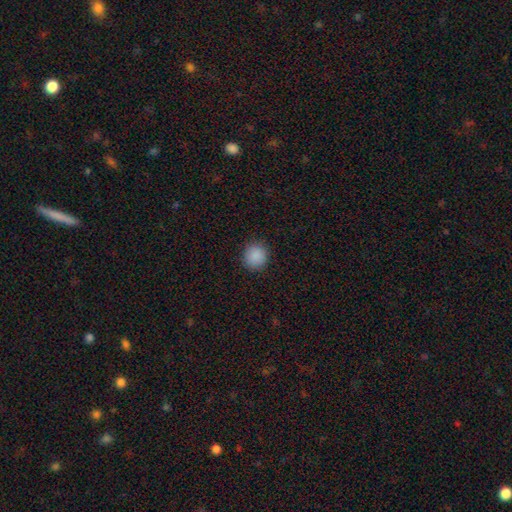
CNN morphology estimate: Smooth or featured: smooth — 89% (star or artifact — 9%)
How rounded: round — 88% (in between — 11%)
Merging: none — 90% (minor disturbance — 7%)